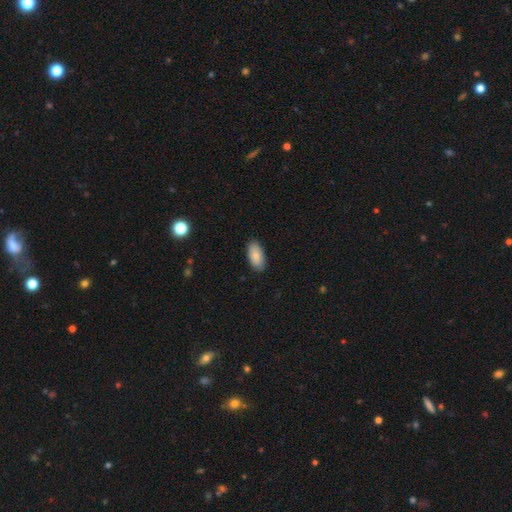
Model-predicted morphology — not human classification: This appears to be a smooth galaxy with no disk features (87%) that is in between round and cigar-shaped (94%). Merging: none (87%).